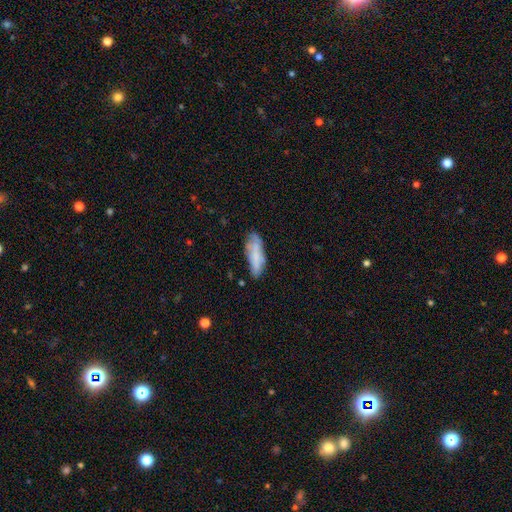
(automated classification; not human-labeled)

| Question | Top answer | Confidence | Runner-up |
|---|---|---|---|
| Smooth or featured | smooth | 68% | featured or disk (24%) |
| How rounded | in between | 57% | cigar-shaped (42%) |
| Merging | none | 62% | minor disturbance (26%) |